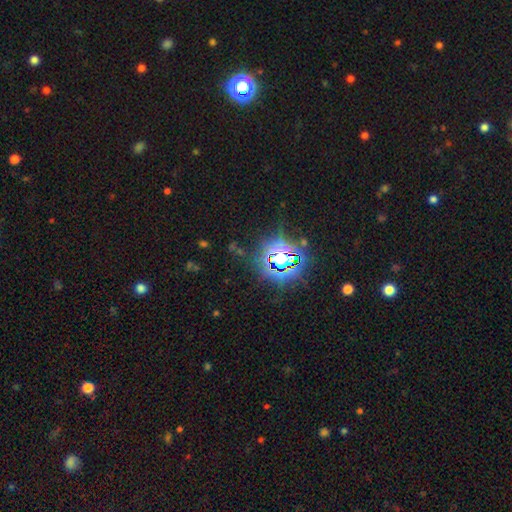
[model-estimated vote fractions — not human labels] Smooth or featured?
  - star or artifact: 83% *
  - smooth: 10%
  - featured or disk: 6%